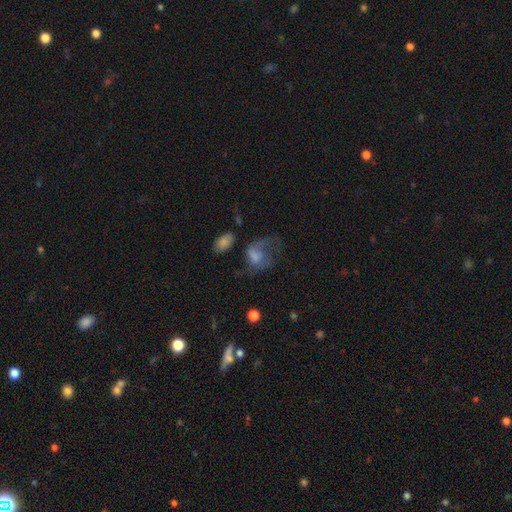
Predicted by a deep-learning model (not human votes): smooth-or-featured: smooth: 47% | featured or disk: 41% | star or artifact: 12%
  merging: major disturbance: 56% | none: 22% | minor disturbance: 16% | merger: 6%